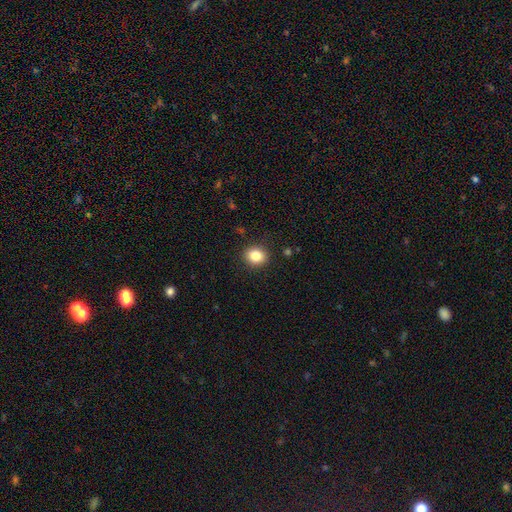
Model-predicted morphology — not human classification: A smooth galaxy with no disk features (84%) that is round (69%).

Vote fractions:
- Smooth or featured? smooth: 84% / star or artifact: 10% / featured or disk: 6%
- How rounded? round: 69% / in between: 30% / cigar-shaped: 1%
- Merging? none: 90% / minor disturbance: 7% / major disturbance: 2% / merger: 1%